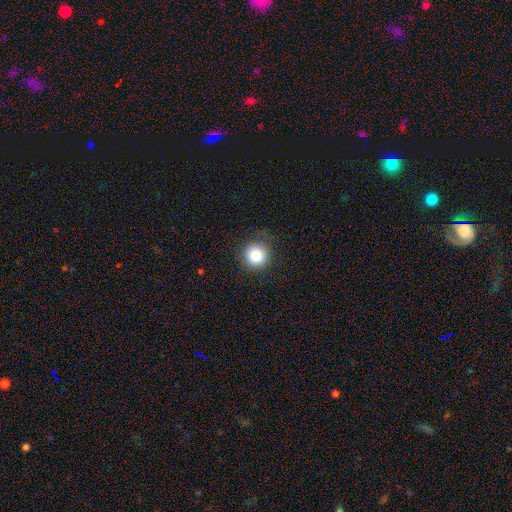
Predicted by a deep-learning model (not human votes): smooth_or_featured: smooth (p=0.82) [alt: star or artifact p=0.11]
how_rounded: round (p=0.95) [alt: in between p=0.04]
merging: none (p=0.85) [alt: minor disturbance p=0.11]